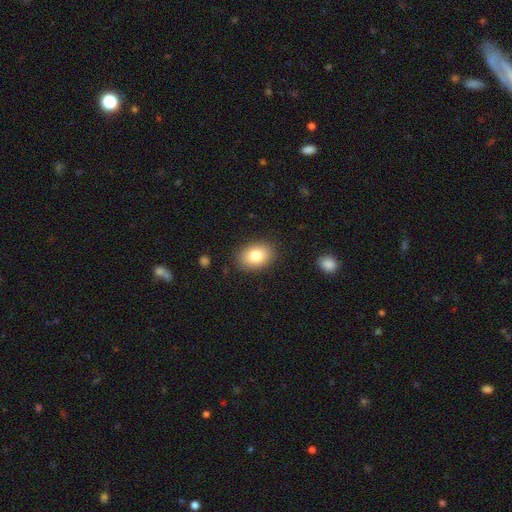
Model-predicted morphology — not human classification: Smooth or featured: smooth — 81% (featured or disk — 11%)
How rounded: in between — 78% (round — 21%)
Merging: none — 88% (minor disturbance — 9%)